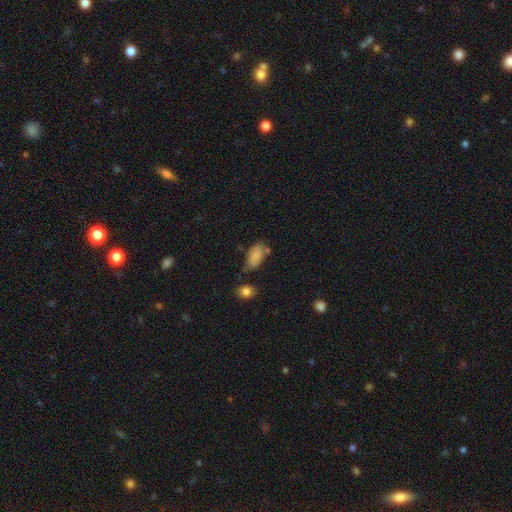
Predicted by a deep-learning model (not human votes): smooth_or_featured: smooth (p=0.82) [alt: featured or disk p=0.10]
how_rounded: in between (p=0.92) [alt: round p=0.04]
merging: none (p=0.60) [alt: minor disturbance p=0.24]